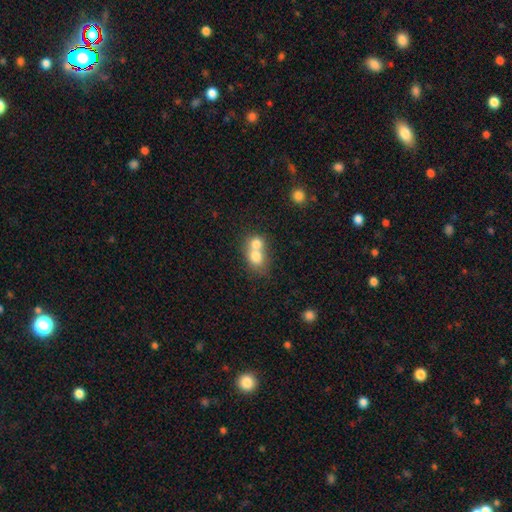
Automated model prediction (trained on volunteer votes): This appears to be a smooth galaxy with no disk features (74%) that is round (61%). Merging: merger (71%).